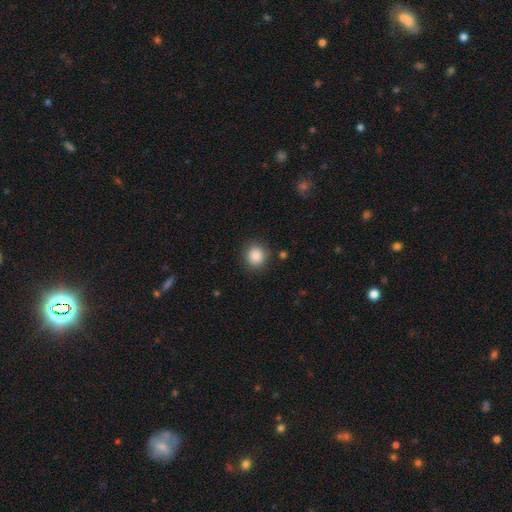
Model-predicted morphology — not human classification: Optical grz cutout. It shows a smooth galaxy with no disk features (87%) that is round (88%). Merging: none (87%).